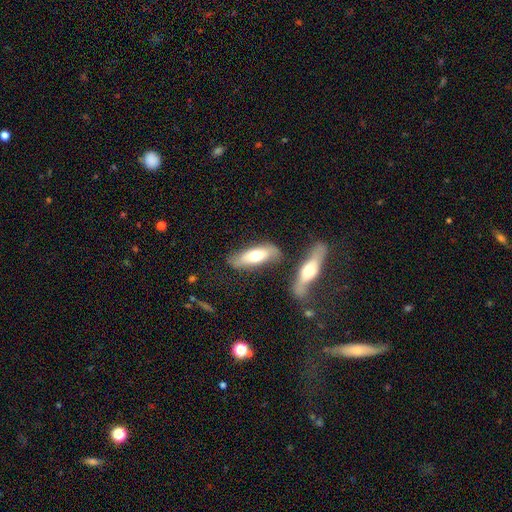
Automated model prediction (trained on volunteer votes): smooth 55%, featured or disk 39%, star or artifact 6%. Down the decision tree: how rounded — in between (52%); merging — none (66%).